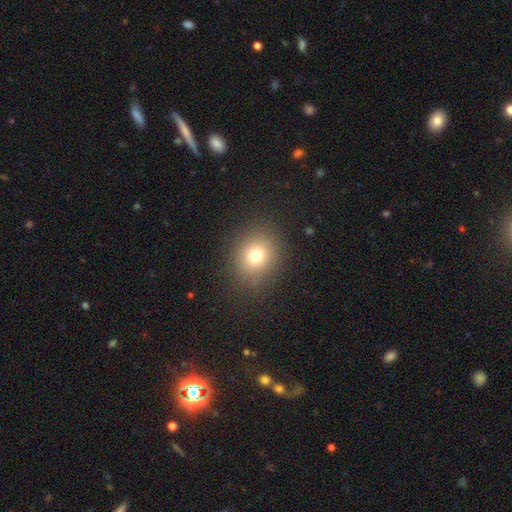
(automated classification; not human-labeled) Overall: smooth (75%). How rounded: round (74%). Merging: none (87%).